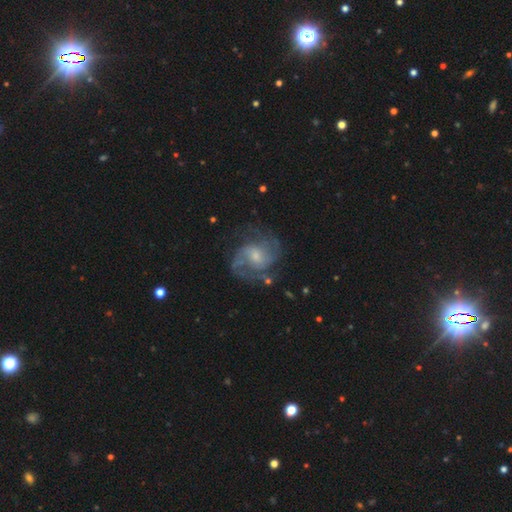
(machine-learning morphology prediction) featured or disk 83%, smooth 9%, star or artifact 8%. Down the decision tree: edge-on disk — no (98%); bar — no (49%); spiral arms — yes (95%); spiral arm count — 2 (63%); spiral winding — medium (52%); bulge size — small (51%); merging — none (69%).